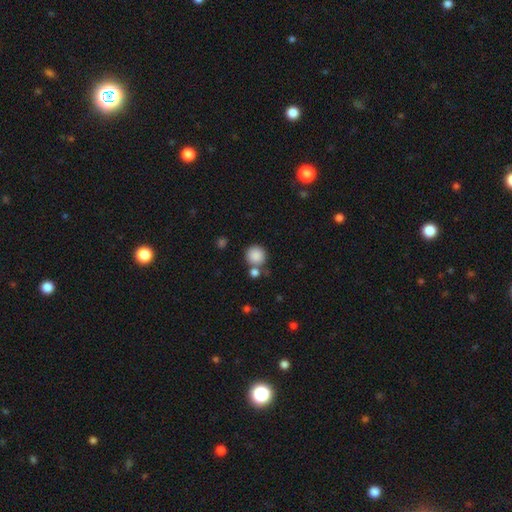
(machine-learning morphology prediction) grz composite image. It shows a smooth galaxy with no disk features (87%) that is round (93%). Merging: none (70%).